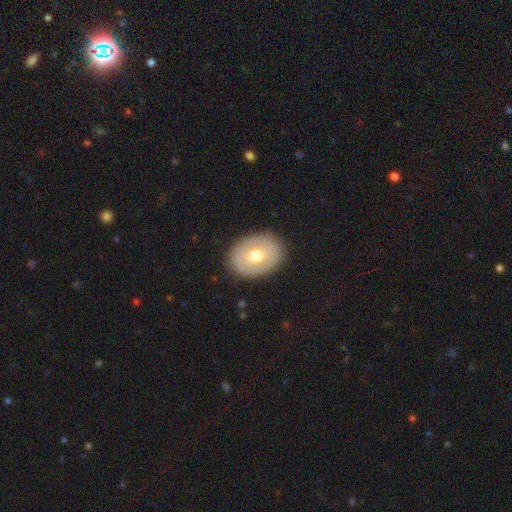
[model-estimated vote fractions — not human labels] This is possibly a smooth galaxy (52%). How rounded: possibly in between (56%). Merging: clearly none (87%).